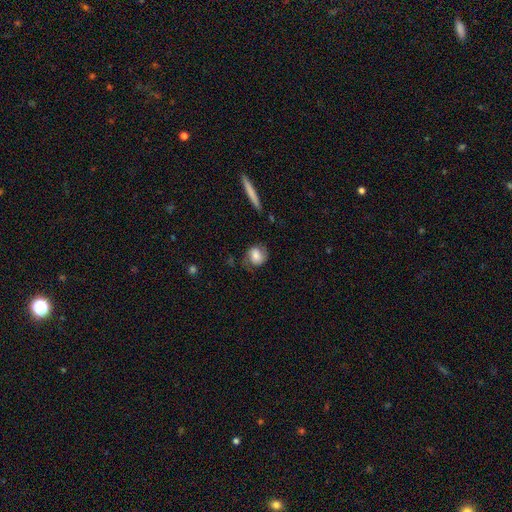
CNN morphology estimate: Smooth or featured: smooth — 53% (featured or disk — 39%)
How rounded: round — 66% (in between — 32%)
Merging: none — 61% (minor disturbance — 24%)